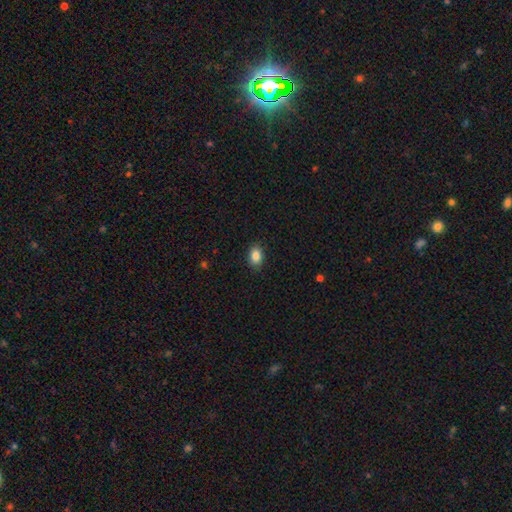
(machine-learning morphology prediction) Smooth or featured? Predicted: smooth (p=0.86). How rounded? Predicted: in between (p=0.82). Merging? Predicted: none (p=0.89).